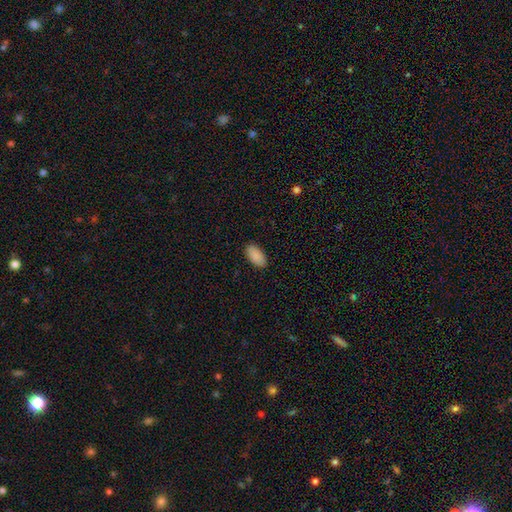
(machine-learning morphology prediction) This appears to be a smooth galaxy with no disk features (90%) that is in between round and cigar-shaped (95%). Merging: none (89%).